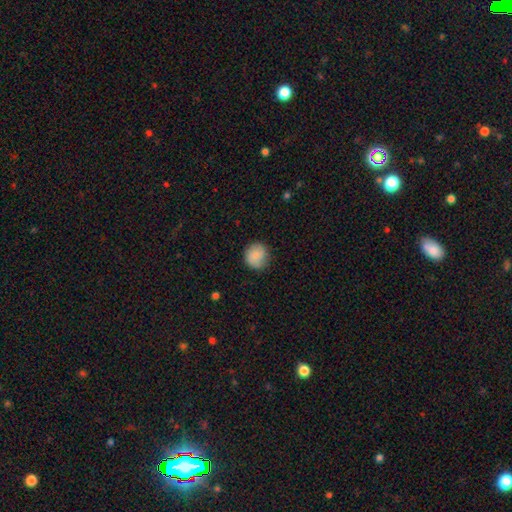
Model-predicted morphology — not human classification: Smooth or featured? Predicted: smooth (p=0.82). How rounded? Predicted: round (p=0.90). Merging? Predicted: none (p=0.82).